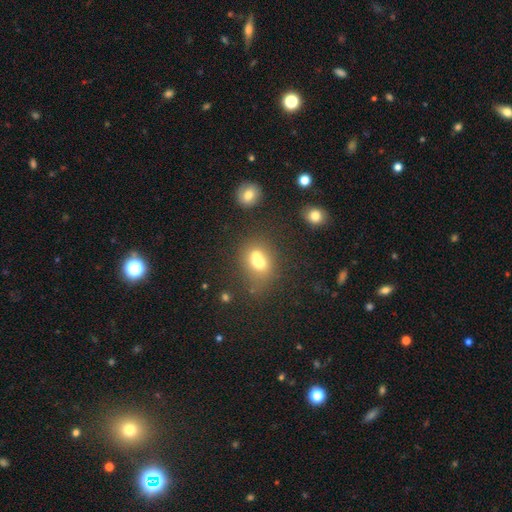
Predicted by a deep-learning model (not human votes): A smooth galaxy with no disk features (66%) that is round (62%).

Vote fractions:
- Smooth or featured? smooth: 66% / featured or disk: 22% / star or artifact: 13%
- How rounded? round: 62% / in between: 37% / cigar-shaped: 1%
- Merging? merger: 60% / none: 27% / minor disturbance: 8% / major disturbance: 5%